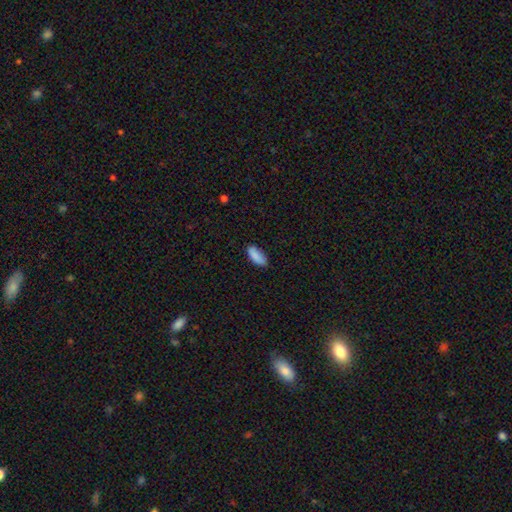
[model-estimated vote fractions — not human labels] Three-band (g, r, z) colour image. It shows a smooth galaxy with no disk features (89%) that is in between round and cigar-shaped (82%). Merging: none (82%).